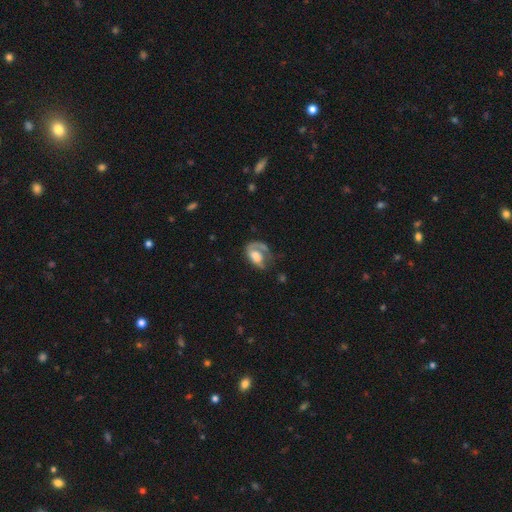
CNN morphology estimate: Smooth or featured? Predicted: featured or disk (p=0.60). Edge-on disk? Predicted: no (p=0.96). Bar? Predicted: no (p=0.67). Spiral arms? Predicted: yes (p=0.73). Bulge size? Predicted: moderate (p=0.37). Merging? Predicted: major disturbance (p=0.40).